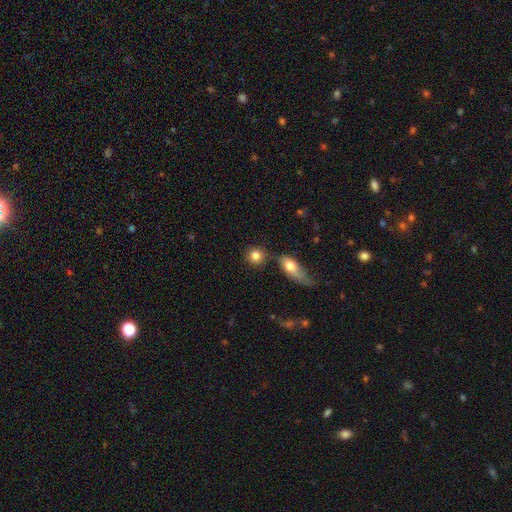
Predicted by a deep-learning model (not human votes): Overall: smooth (83%). How rounded: round (85%). Merging: none (69%).